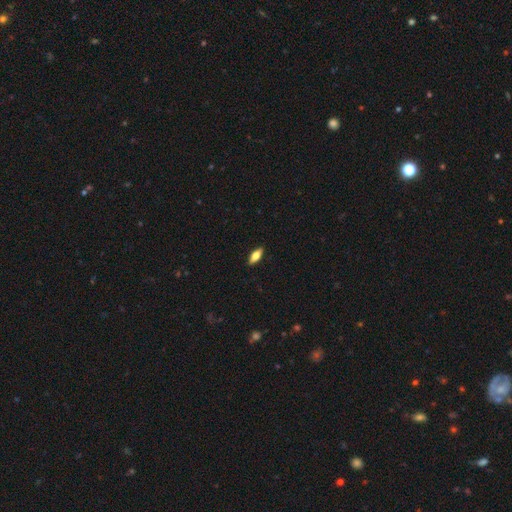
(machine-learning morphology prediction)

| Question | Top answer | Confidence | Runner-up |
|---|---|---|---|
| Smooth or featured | smooth | 66% | featured or disk (27%) |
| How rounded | in between | 74% | cigar-shaped (23%) |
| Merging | none | 90% | minor disturbance (8%) |